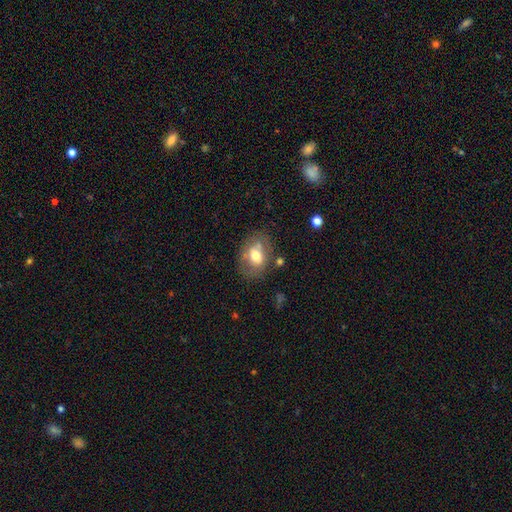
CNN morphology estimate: Overall: smooth (63%; featured or disk 28%). How rounded: in between (65%; round 34%). Merging: none (61%).